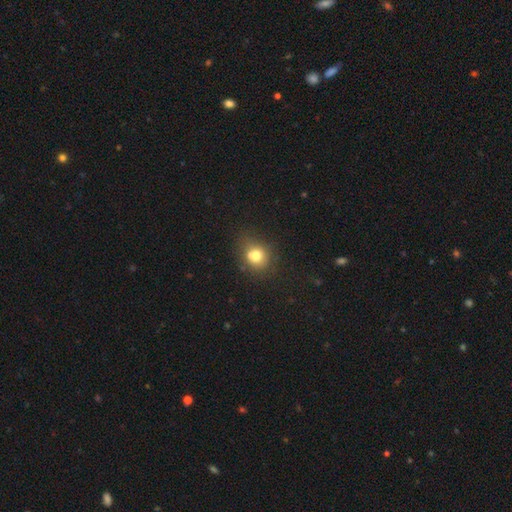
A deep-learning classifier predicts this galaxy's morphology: This is likely a smooth galaxy (75%). How rounded: likely round (74%). Merging: possibly none (57%).